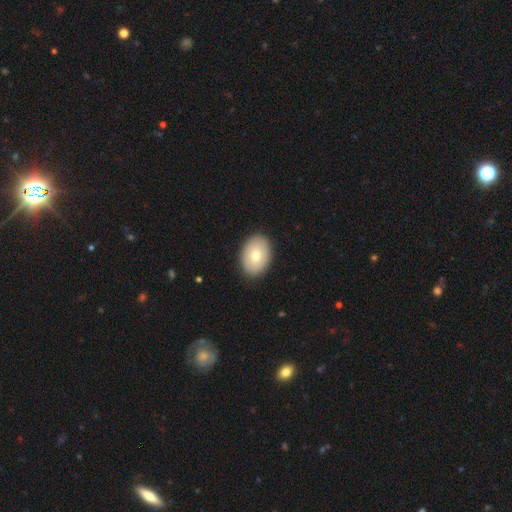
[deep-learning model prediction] smooth_or_featured: smooth (p=0.75) [alt: featured or disk p=0.19]
how_rounded: in between (p=0.80) [alt: round p=0.19]
merging: none (p=0.89) [alt: minor disturbance p=0.08]